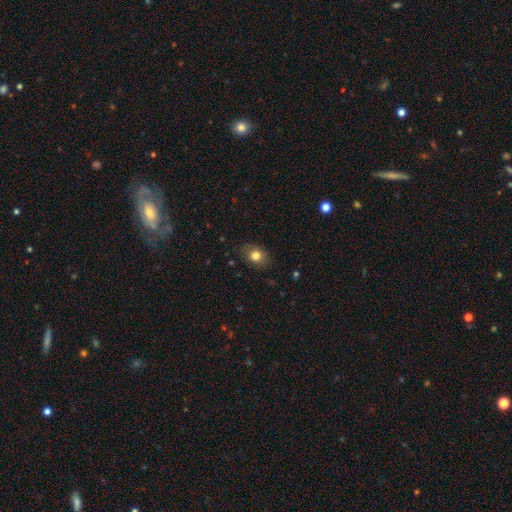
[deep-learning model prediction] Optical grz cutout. It shows a smooth galaxy with no disk features (81%) that is in between round and cigar-shaped (56%). Merging: none (82%).